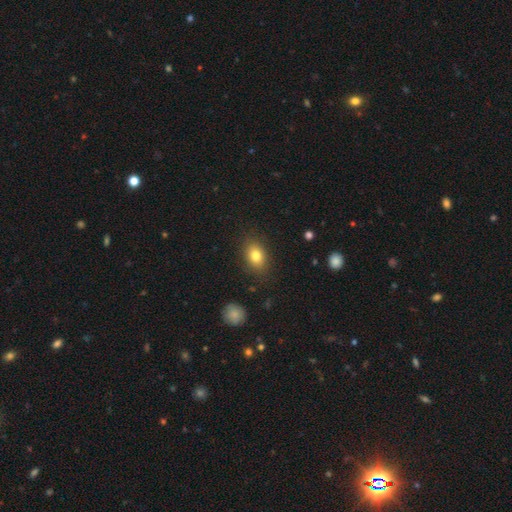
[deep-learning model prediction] A smooth galaxy with no disk features (80%) that is in between round and cigar-shaped (76%). Merging: none (84%).